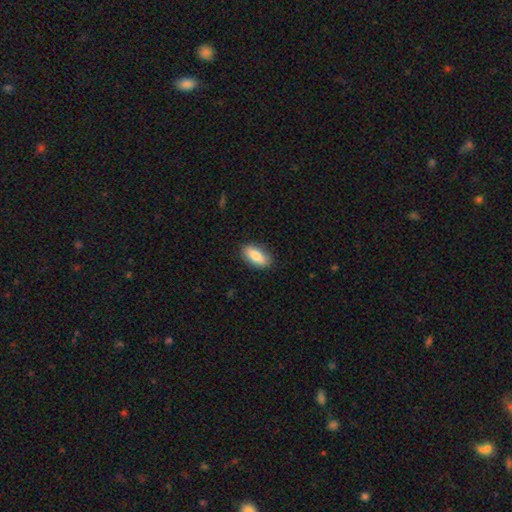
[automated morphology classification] Smooth or featured: smooth — 83% (featured or disk — 11%)
How rounded: in between — 84% (cigar-shaped — 13%)
Merging: none — 87% (minor disturbance — 10%)